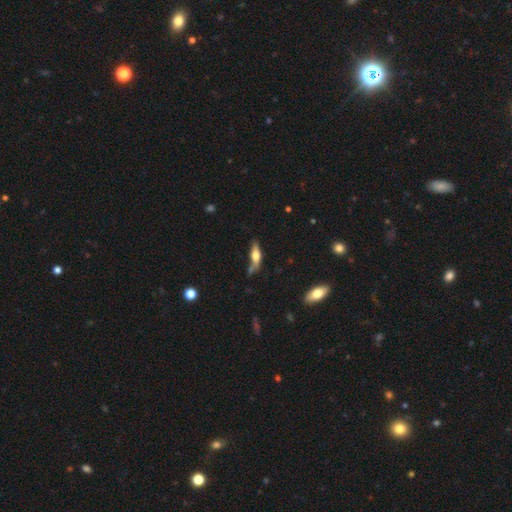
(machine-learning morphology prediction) Q: Smooth or featured?
A: smooth (48%); runner-up: featured or disk (44%)
Q: Merging?
A: none (49%); runner-up: minor disturbance (27%)